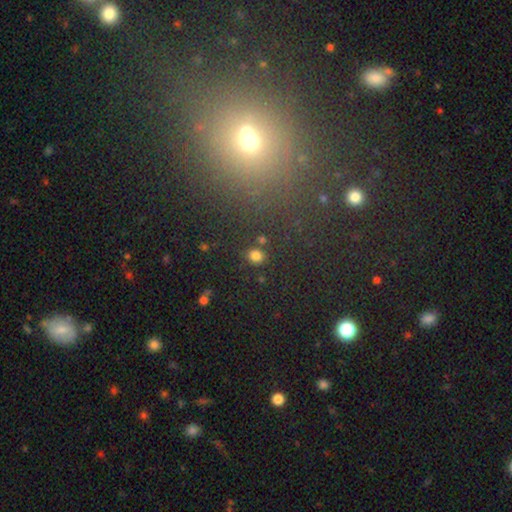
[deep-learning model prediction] A smooth galaxy with no disk features (79%) that is round (80%). Merging: none (84%).